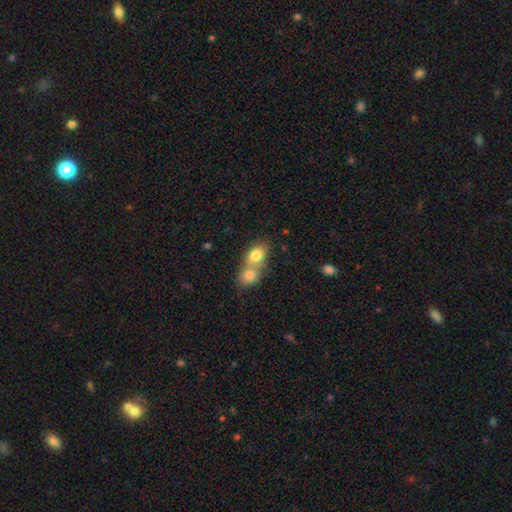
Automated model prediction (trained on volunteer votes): Overall: smooth (78%). How rounded: in between (62%; round 36%). Merging: merger (70%).